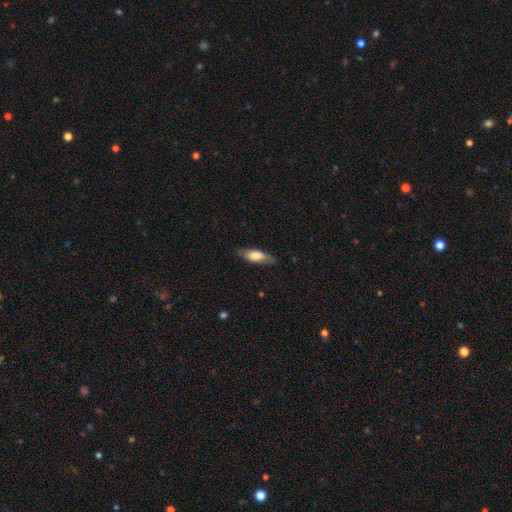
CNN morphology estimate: A smooth galaxy with no disk features (69%) that is in between round and cigar-shaped (64%).

Vote fractions:
- Smooth or featured? smooth: 69% / featured or disk: 25% / star or artifact: 6%
- How rounded? in between: 64% / cigar-shaped: 34% / round: 3%
- Merging? none: 77% / minor disturbance: 18% / major disturbance: 4% / merger: 1%